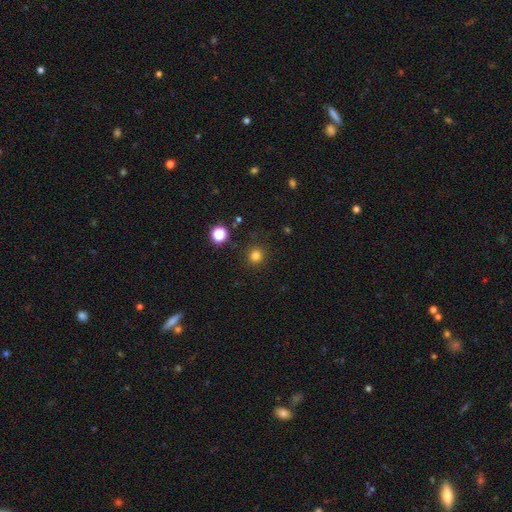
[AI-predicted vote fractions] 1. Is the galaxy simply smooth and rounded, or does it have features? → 80% smooth, 15% star or artifact, 5% featured or disk.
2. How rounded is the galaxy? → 93% round, 6% in between, 1% cigar-shaped.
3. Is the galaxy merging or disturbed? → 90% none, 6% minor disturbance, 2% major disturbance, 2% merger.